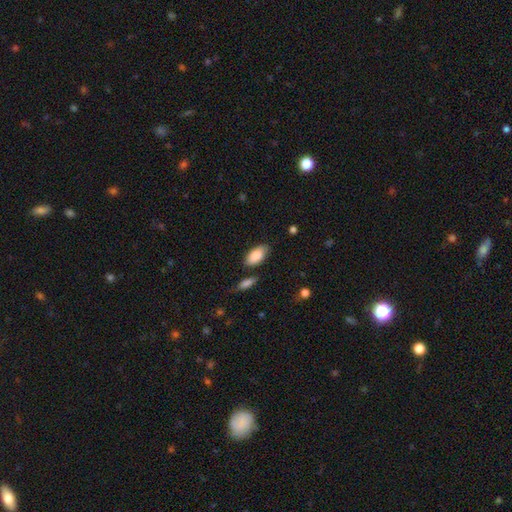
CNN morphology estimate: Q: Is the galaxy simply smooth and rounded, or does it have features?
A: smooth — 84%.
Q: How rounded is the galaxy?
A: in between — 93%.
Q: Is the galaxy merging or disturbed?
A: none — 73%.